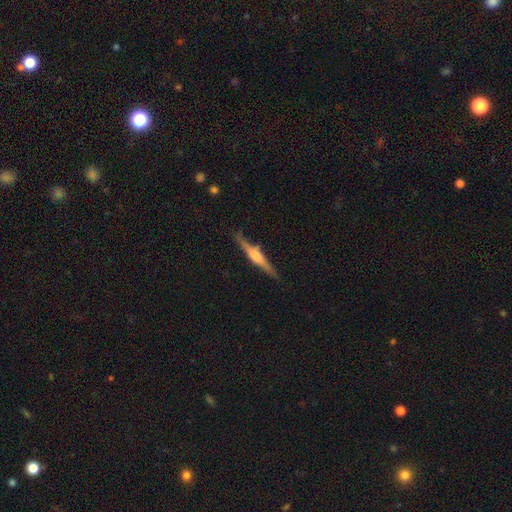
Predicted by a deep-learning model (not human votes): Smooth or featured? Predicted: featured or disk (p=0.69). Edge-on disk? Predicted: yes (p=0.97). Edge-on bulge? Predicted: rounded (p=0.71). Merging? Predicted: none (p=0.83).